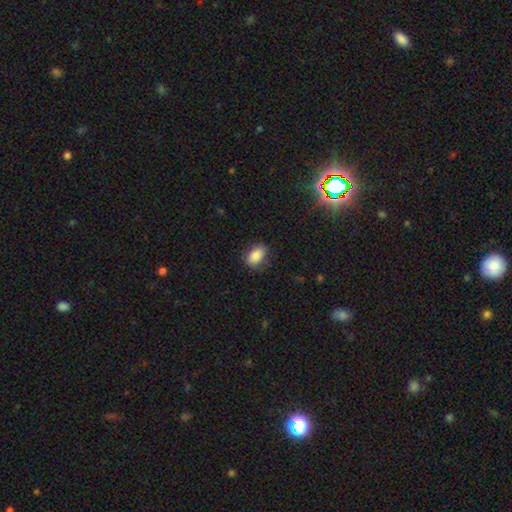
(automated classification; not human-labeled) Smooth or featured: smooth — 84% (star or artifact — 8%)
How rounded: in between — 85% (round — 13%)
Merging: none — 78% (minor disturbance — 17%)